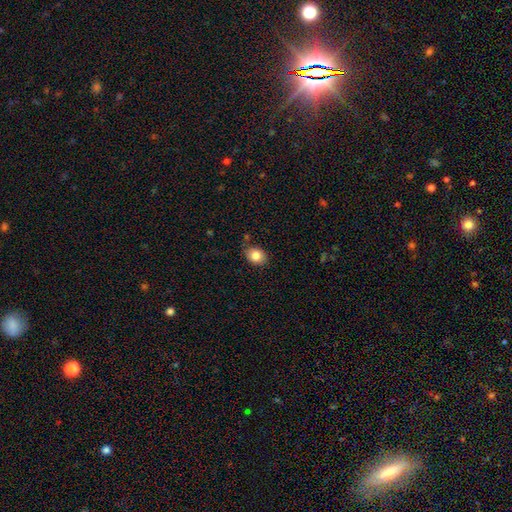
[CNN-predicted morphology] Smooth or featured? Predicted: smooth (p=0.84). How rounded? Predicted: in between (p=0.58). Merging? Predicted: none (p=0.77).